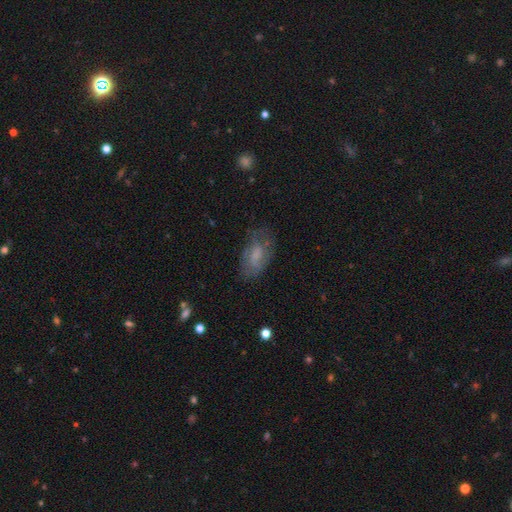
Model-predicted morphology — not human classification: Smooth or featured? smooth (51%)
How rounded? in between (89%)
Merging? none (62%)